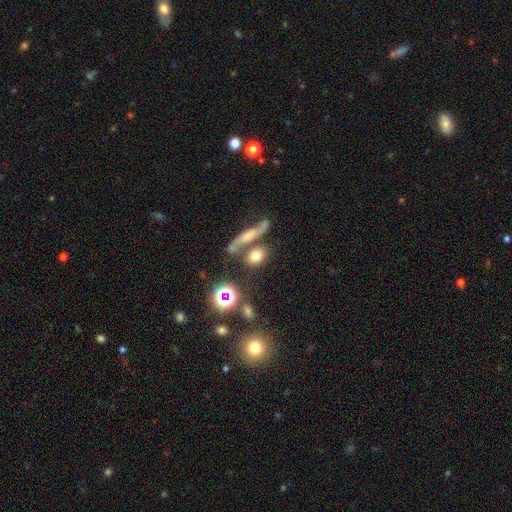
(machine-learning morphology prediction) smooth-or-featured: smooth: 69% | featured or disk: 16% | star or artifact: 15%
  how-rounded: in between: 46% | round: 44% | cigar-shaped: 9%
  merging: none: 55% | merger: 25% | minor disturbance: 13% | major disturbance: 7%